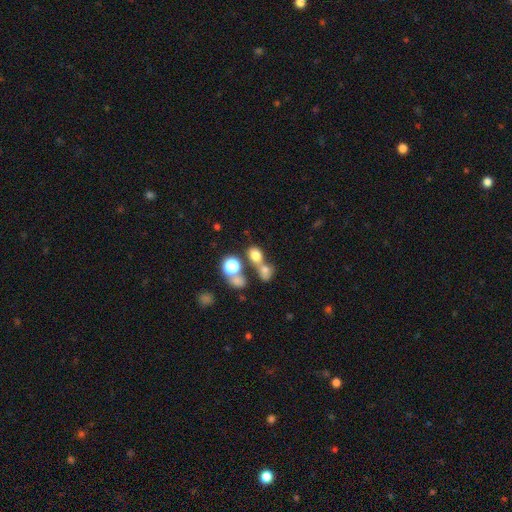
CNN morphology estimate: Smooth or featured? Predicted: smooth (p=0.72). How rounded? Predicted: in between (p=0.50). Merging? Predicted: merger (p=0.42).